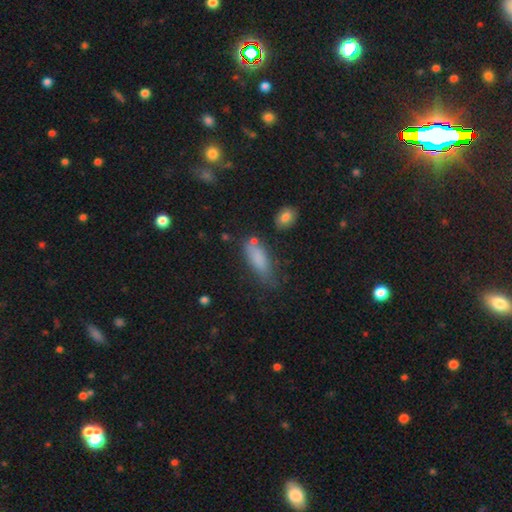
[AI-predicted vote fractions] Smooth or featured: smooth — 74% (star or artifact — 13%)
How rounded: in between — 57% (cigar-shaped — 39%)
Merging: none — 57% (minor disturbance — 27%)